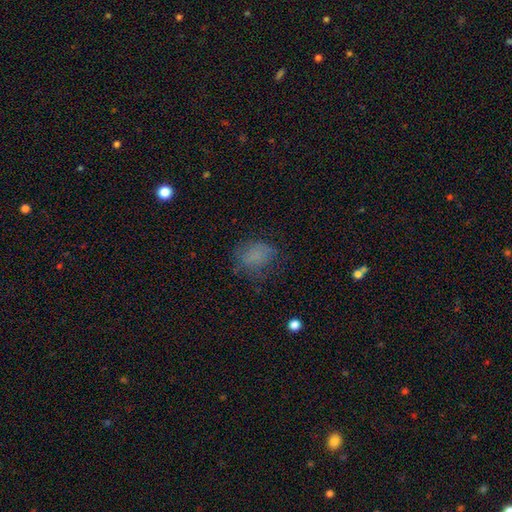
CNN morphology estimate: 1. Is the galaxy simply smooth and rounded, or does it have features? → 71% smooth, 15% star or artifact, 14% featured or disk.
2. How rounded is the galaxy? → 57% in between, 42% round, 1% cigar-shaped.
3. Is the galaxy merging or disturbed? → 56% none, 25% minor disturbance, 18% major disturbance, 2% merger.